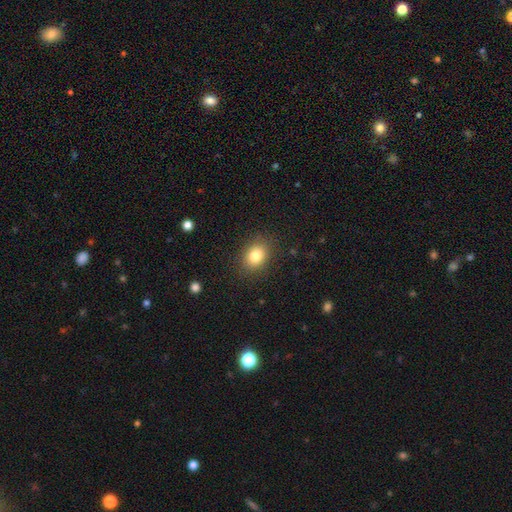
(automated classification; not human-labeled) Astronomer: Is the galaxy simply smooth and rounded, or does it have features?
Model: smooth — 82%.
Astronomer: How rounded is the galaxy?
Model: in between — 57% (runner-up: round, 42%).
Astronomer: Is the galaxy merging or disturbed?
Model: none — 86%.